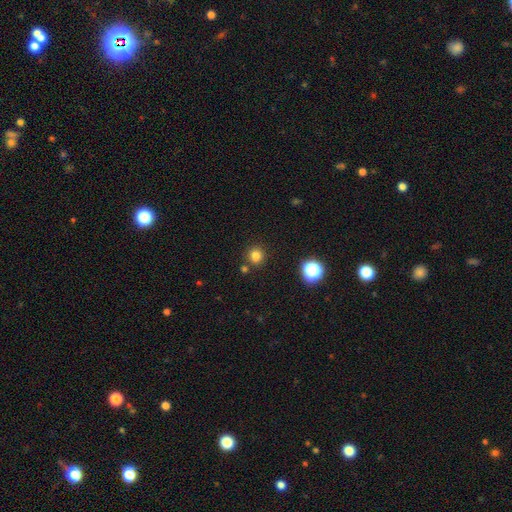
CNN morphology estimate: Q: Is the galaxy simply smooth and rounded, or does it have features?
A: smooth — 79%.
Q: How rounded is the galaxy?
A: round — 89%.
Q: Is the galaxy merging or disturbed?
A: none — 81%.